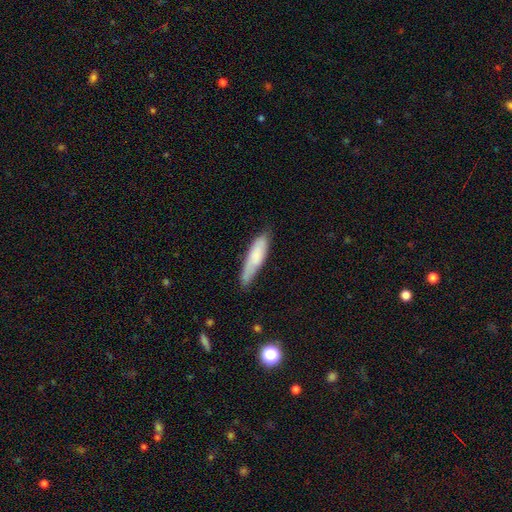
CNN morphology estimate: smooth 75%, featured or disk 19%, star or artifact 6%. Down the decision tree: how rounded — cigar-shaped (68%); merging — none (63%).